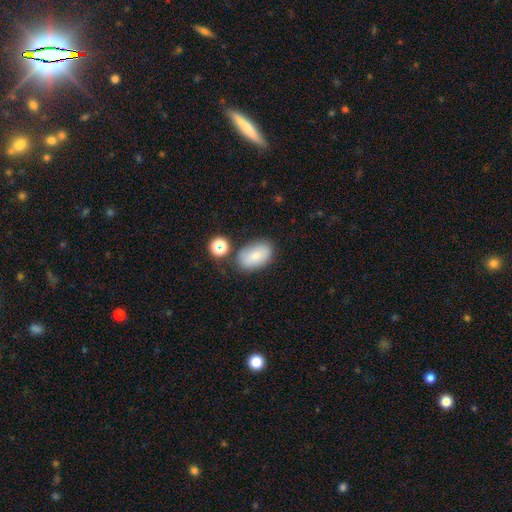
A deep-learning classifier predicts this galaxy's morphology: smooth 77%, featured or disk 14%, star or artifact 9%. Down the decision tree: how rounded — in between (89%); merging — none (72%).